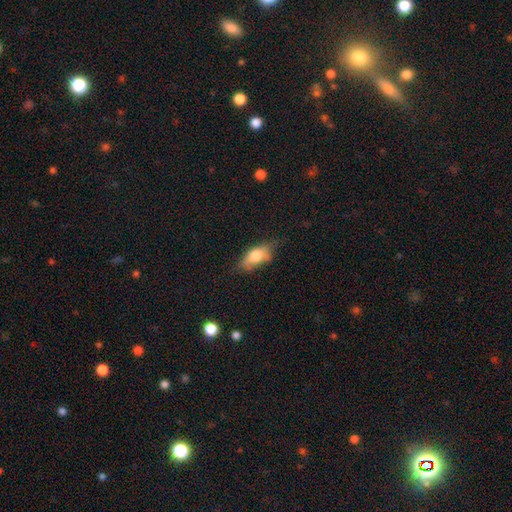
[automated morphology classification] Smooth or featured? smooth (72%)
How rounded? in between (85%)
Merging? none (49%)